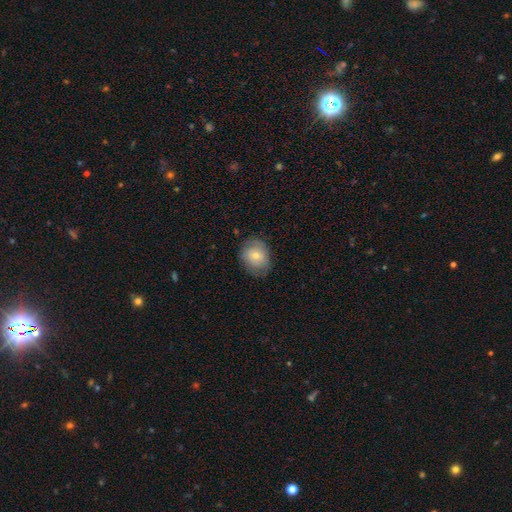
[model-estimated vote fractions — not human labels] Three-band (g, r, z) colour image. It shows a smooth galaxy with no disk features (69%) that is in between round and cigar-shaped (51%). Merging: none (75%).